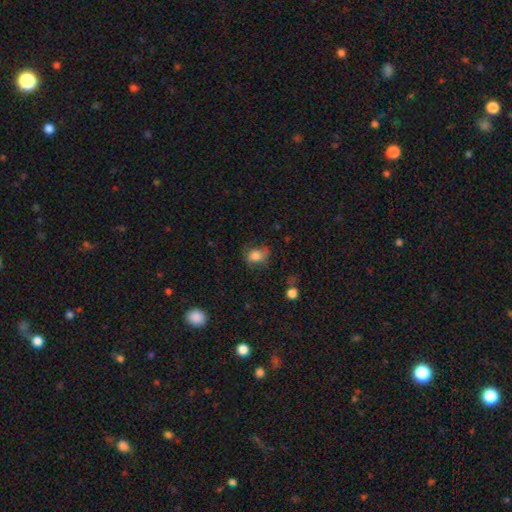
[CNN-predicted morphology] smooth-or-featured: smooth: 80% | star or artifact: 10% | featured or disk: 10%
  how-rounded: in between: 60% | round: 38% | cigar-shaped: 1%
  merging: none: 49% | minor disturbance: 31% | major disturbance: 17% | merger: 3%